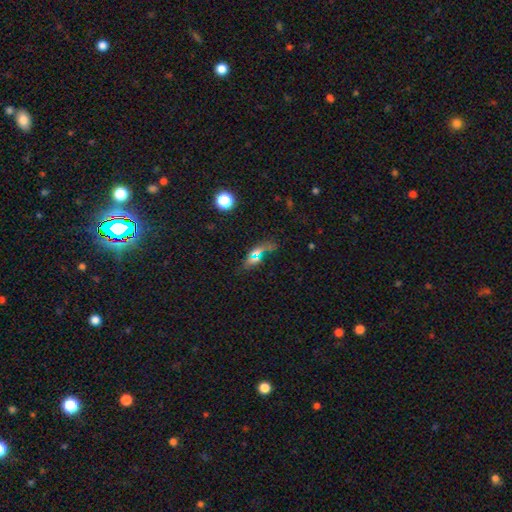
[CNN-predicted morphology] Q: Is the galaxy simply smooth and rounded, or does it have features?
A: smooth — 44%.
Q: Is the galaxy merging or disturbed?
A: none — 64%.